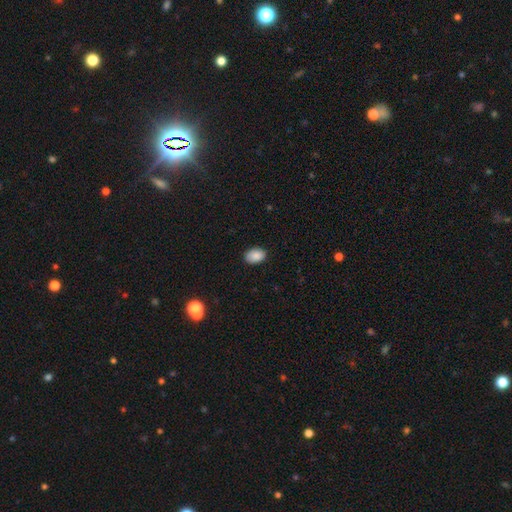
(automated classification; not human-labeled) Morphology: type=smooth (87%); roundness=in between (84%); merging=none (86%).